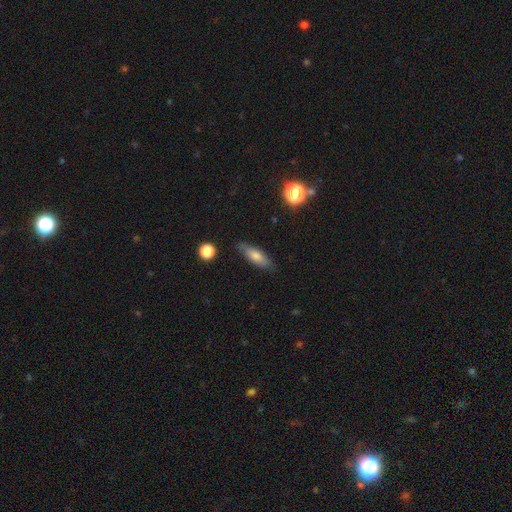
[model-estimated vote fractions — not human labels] smooth_or_featured: smooth (p=0.68) [alt: featured or disk p=0.24]
how_rounded: in between (p=0.52) [alt: cigar-shaped p=0.45]
merging: none (p=0.76) [alt: minor disturbance p=0.18]